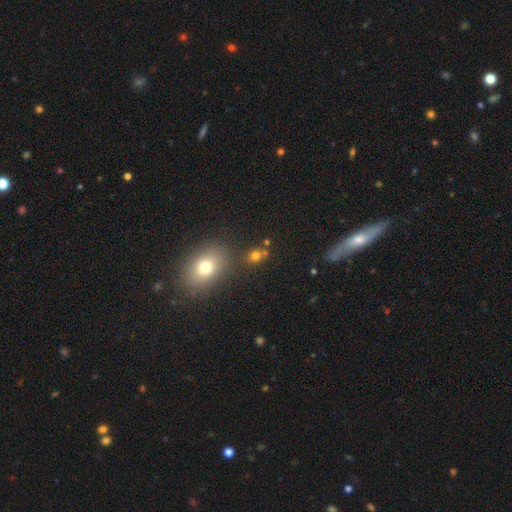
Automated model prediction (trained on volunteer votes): smooth 73%, star or artifact 19%, featured or disk 9%. Down the decision tree: how rounded — round (56%); merging — none (67%).